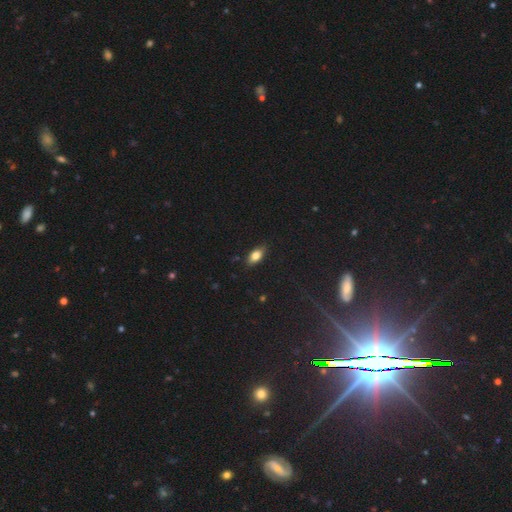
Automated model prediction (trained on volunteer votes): This is likely a smooth galaxy (79%). How rounded: clearly in between (87%). Merging: clearly none (86%).